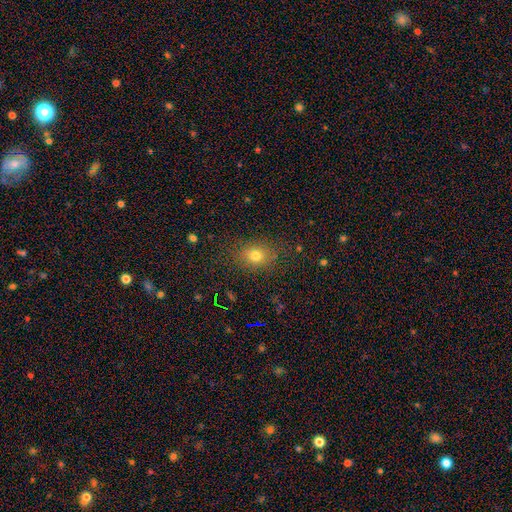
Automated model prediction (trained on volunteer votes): This appears to be a smooth galaxy with no disk features (75%) that is round (51%). Merging: none (84%).